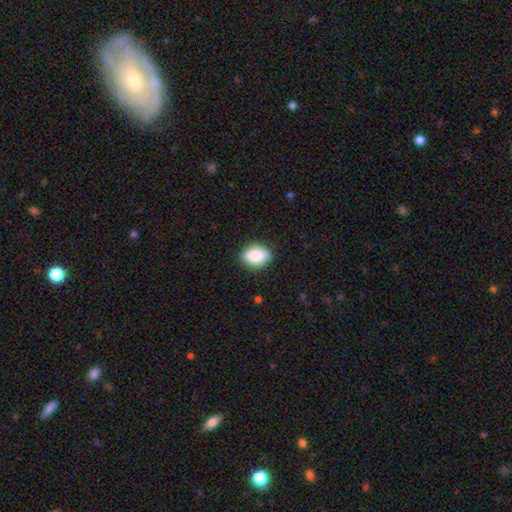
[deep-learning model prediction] Smooth or featured: smooth — 86% (star or artifact — 7%)
How rounded: in between — 75% (round — 23%)
Merging: none — 86% (minor disturbance — 10%)